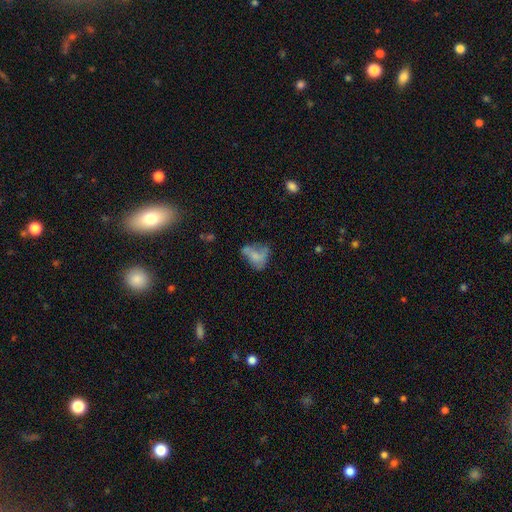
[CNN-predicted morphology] Q: Smooth or featured?
A: smooth (52%); runner-up: featured or disk (36%)
Q: How rounded?
A: in between (76%); runner-up: round (22%)
Q: Merging?
A: major disturbance (30%); tied with: none (30%)